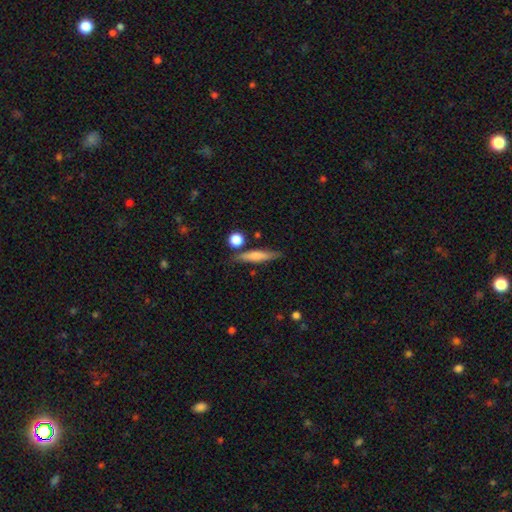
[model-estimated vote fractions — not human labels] A smooth galaxy with no disk features (63%) that is cigar-shaped (81%). Merging: none (75%).